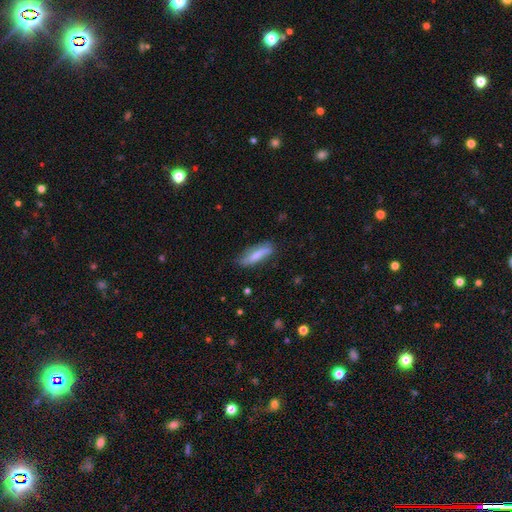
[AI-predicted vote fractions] This appears to be a smooth galaxy with no disk features (59%) that is cigar-shaped (62%). Merging: none (73%).